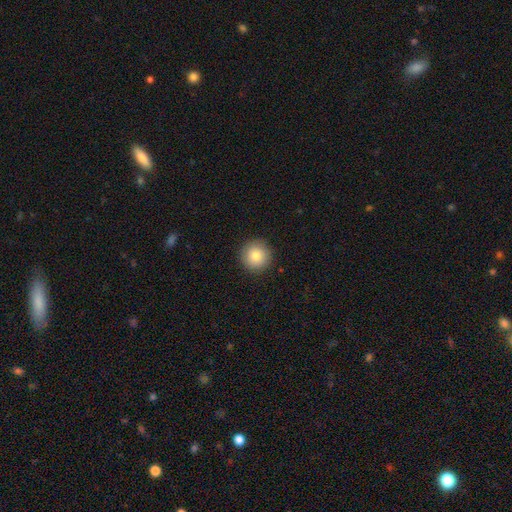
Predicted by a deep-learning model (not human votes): This is clearly a smooth galaxy (83%). How rounded: clearly round (95%). Merging: clearly none (91%).